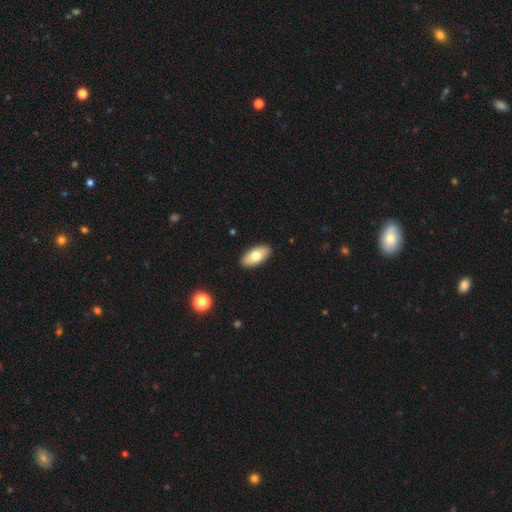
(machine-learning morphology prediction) Overall: smooth (75%). How rounded: in between (93%). Merging: none (90%).